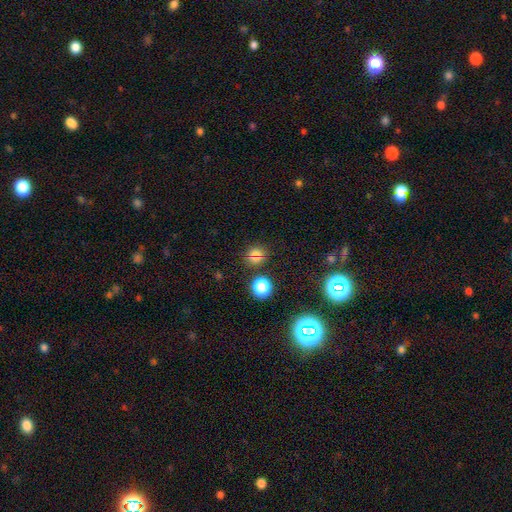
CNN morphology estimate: This is likely a smooth galaxy (61%). How rounded: likely round (77%). Merging: likely none (77%).